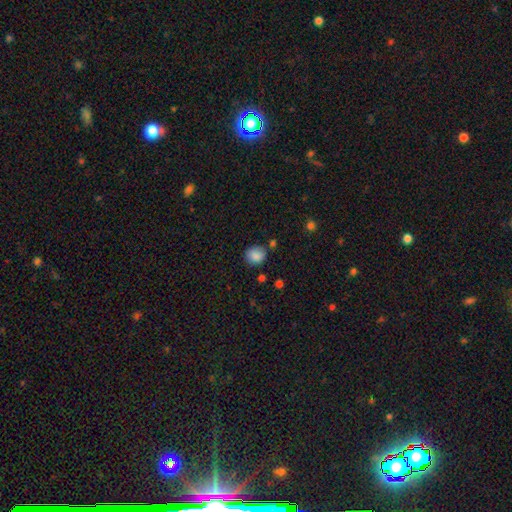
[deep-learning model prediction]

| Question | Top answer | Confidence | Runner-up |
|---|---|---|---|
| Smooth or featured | smooth | 85% | star or artifact (9%) |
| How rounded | round | 77% | in between (22%) |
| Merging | none | 76% | minor disturbance (15%) |